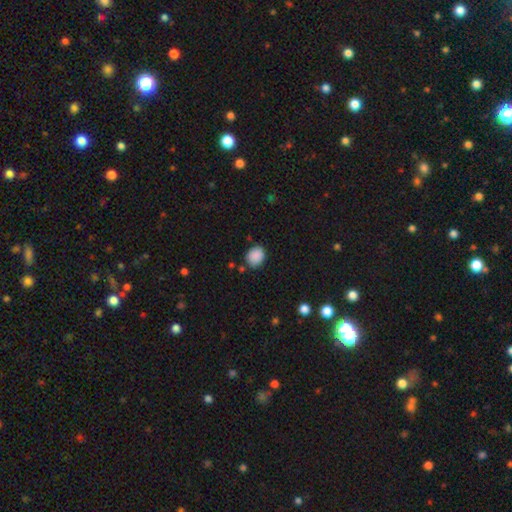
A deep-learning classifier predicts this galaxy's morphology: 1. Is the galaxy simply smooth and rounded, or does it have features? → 88% smooth, 9% star or artifact, 3% featured or disk.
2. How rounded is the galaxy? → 55% round, 44% in between, 1% cigar-shaped.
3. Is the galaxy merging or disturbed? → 78% none, 16% minor disturbance, 3% major disturbance, 3% merger.